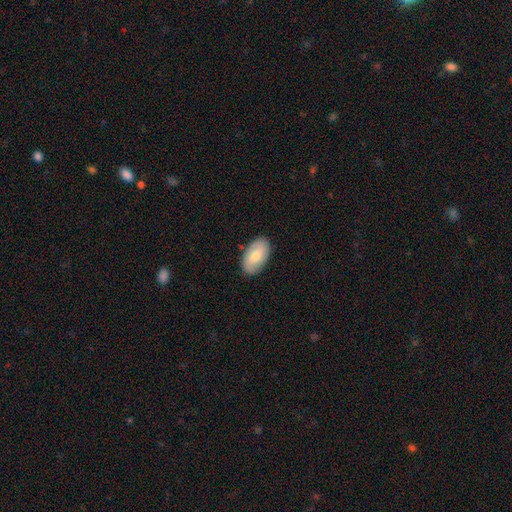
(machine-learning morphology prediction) A smooth galaxy with no disk features (66%) that is in between round and cigar-shaped (94%). Merging: none (86%).